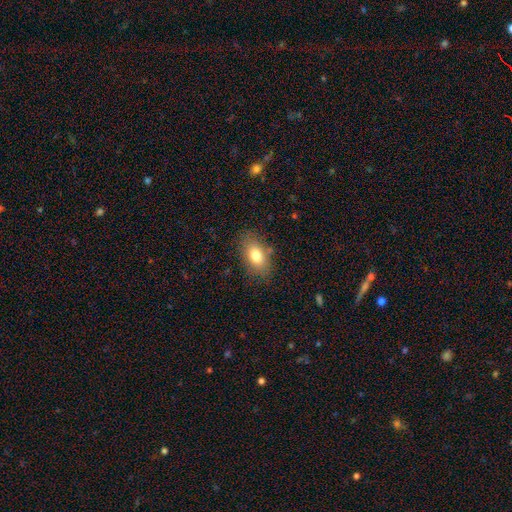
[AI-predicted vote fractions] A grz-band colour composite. It shows a smooth galaxy with no disk features (78%) that is in between round and cigar-shaped (89%). Merging: none (79%).